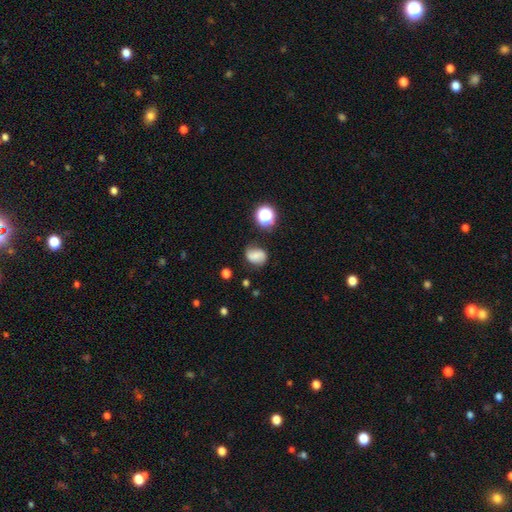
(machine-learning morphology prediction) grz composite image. It shows a smooth galaxy with no disk features (54%) that is in between round and cigar-shaped (53%). Merging: none (67%).